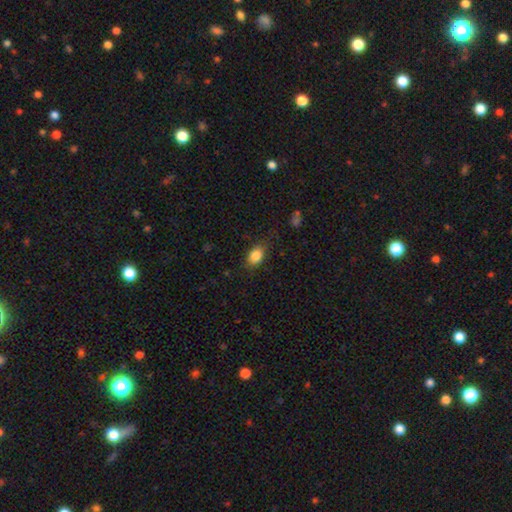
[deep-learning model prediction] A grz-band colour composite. It shows a smooth galaxy with no disk features (85%) that is in between round and cigar-shaped (81%). Merging: none (78%).